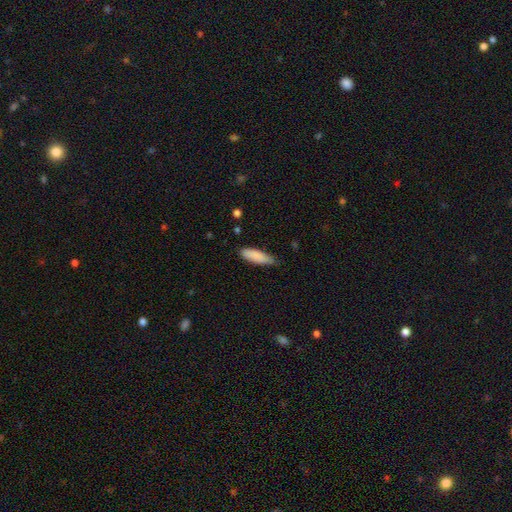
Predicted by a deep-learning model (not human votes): This appears to be a smooth galaxy with no disk features (87%) that is cigar-shaped (52%). Merging: none (71%).